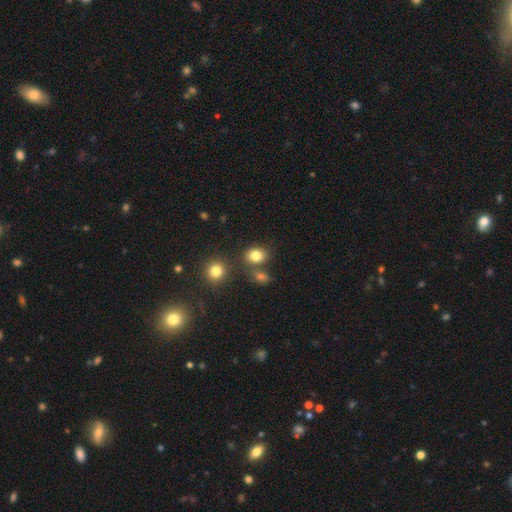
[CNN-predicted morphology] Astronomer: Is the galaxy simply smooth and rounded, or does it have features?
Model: smooth — 81%.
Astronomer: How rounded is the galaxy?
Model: in between — 52% (runner-up: round, 47%).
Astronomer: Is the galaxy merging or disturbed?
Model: none — 66%.